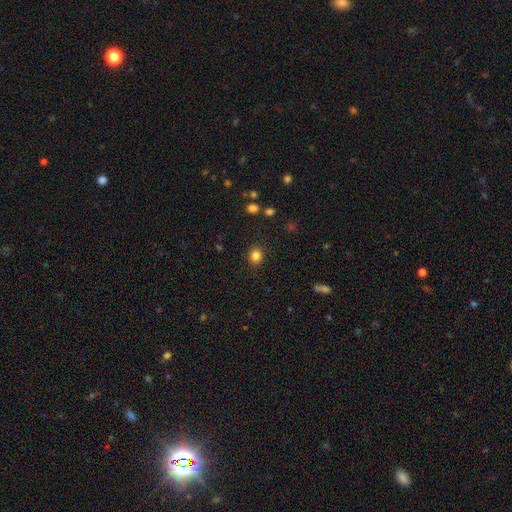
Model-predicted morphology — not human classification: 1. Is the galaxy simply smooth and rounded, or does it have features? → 83% smooth, 12% star or artifact, 4% featured or disk.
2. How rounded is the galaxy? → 81% round, 18% in between, 1% cigar-shaped.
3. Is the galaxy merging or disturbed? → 90% none, 6% minor disturbance, 2% major disturbance, 1% merger.